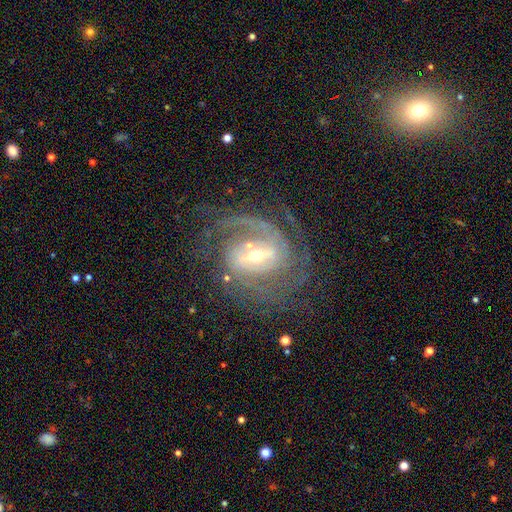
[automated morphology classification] Smooth or featured? Predicted: featured or disk (p=0.89). Edge-on disk? Predicted: no (p=0.97). Bar? Predicted: strong (p=0.43). Spiral arms? Predicted: yes (p=0.96). Spiral winding? Predicted: tight (p=0.46). Spiral arm count? Predicted: 2 (p=0.42). Bulge size? Predicted: small (p=0.49). Merging? Predicted: none (p=0.65).